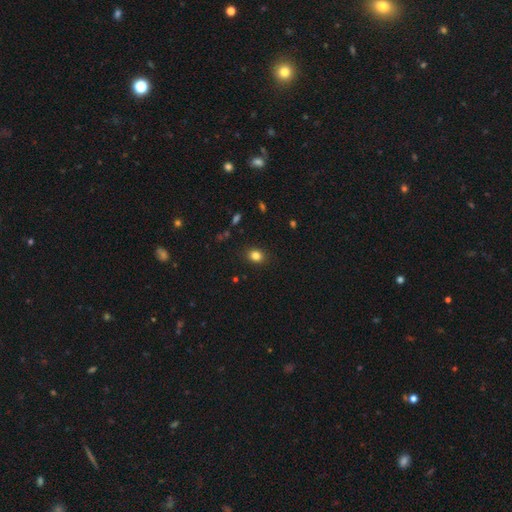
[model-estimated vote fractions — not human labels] smooth 83%, star or artifact 11%, featured or disk 5%. Down the decision tree: how rounded — round (51%); merging — none (88%).